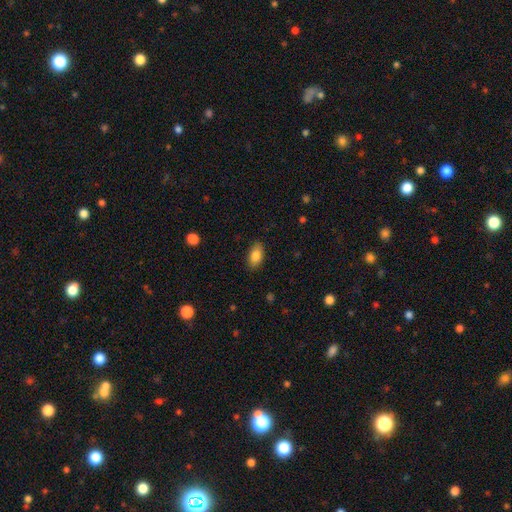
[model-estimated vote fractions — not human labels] smooth_or_featured: smooth (p=0.84) [alt: featured or disk p=0.09]
how_rounded: in between (p=0.91) [alt: round p=0.06]
merging: none (p=0.86) [alt: minor disturbance p=0.10]